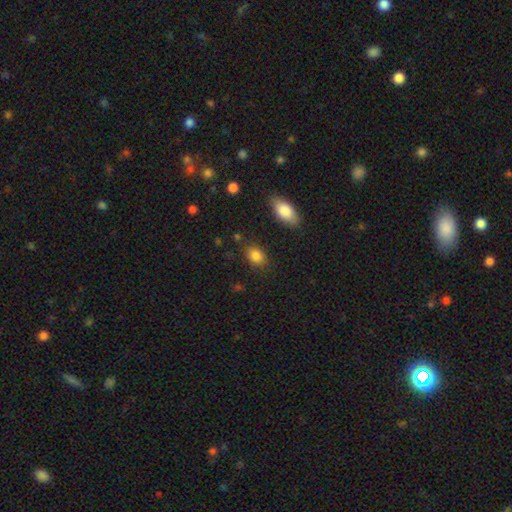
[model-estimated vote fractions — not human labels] A smooth galaxy with no disk features (85%) that is in between round and cigar-shaped (70%).

Vote fractions:
- Smooth or featured? smooth: 85% / star or artifact: 9% / featured or disk: 6%
- How rounded? in between: 70% / round: 28% / cigar-shaped: 2%
- Merging? none: 82% / minor disturbance: 12% / major disturbance: 3% / merger: 3%